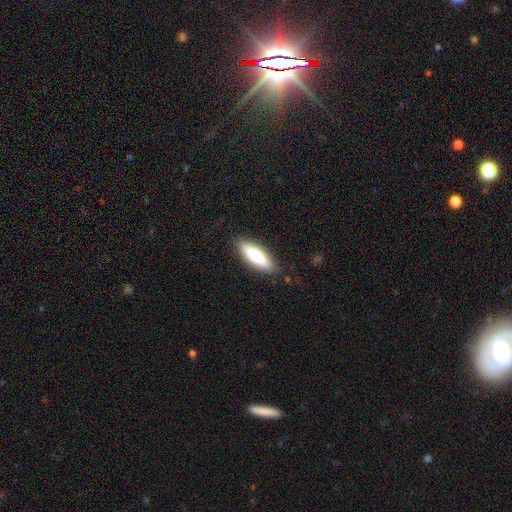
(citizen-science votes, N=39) Smooth or featured: smooth — 82% (featured or disk — 10%)
How rounded: in between — 59% (cigar-shaped — 38%)
Merging: none — 81% (minor disturbance — 11%)